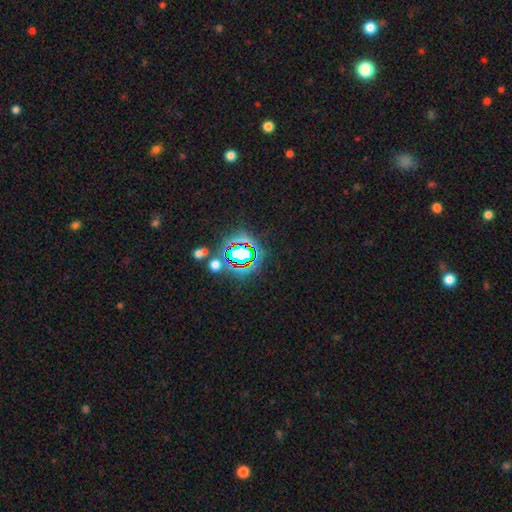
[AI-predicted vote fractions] Smooth or featured? Predicted: star or artifact (p=0.77).